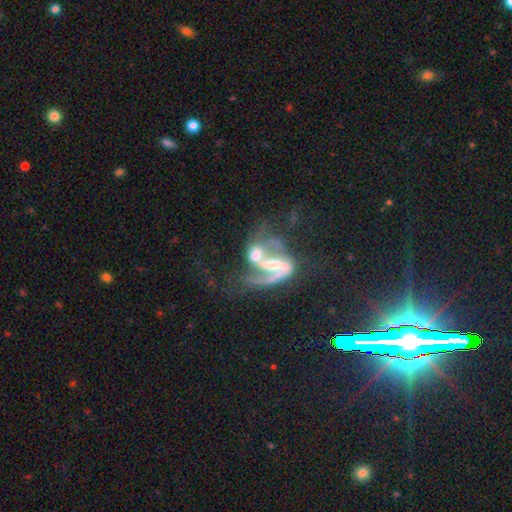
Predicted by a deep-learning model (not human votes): smooth_or_featured: featured or disk (p=0.78) [alt: smooth p=0.13]
disk_edge_on: no (p=0.97) [alt: yes p=0.03]
bar: weak (p=0.37) [alt: no p=0.32]
has_spiral_arms: yes (p=0.82) [alt: no p=0.18]
spiral_winding: loose (p=0.54) [alt: medium p=0.34]
spiral_arm_count: 2 (p=0.53) [alt: 1 p=0.28]
bulge_size: moderate (p=0.45) [alt: small p=0.22]
merging: merger (p=0.60) [alt: major disturbance p=0.19]